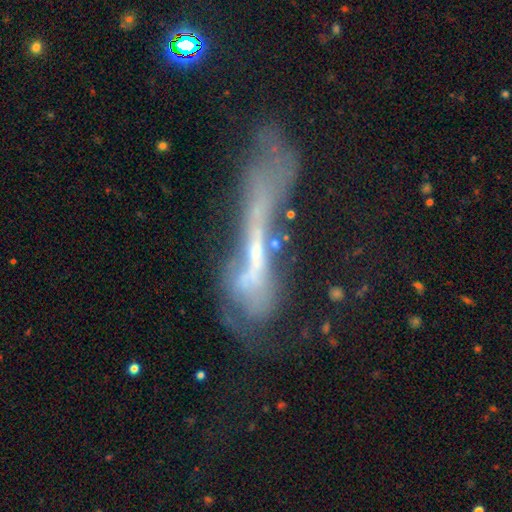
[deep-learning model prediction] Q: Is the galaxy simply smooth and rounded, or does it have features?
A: featured or disk — 57%.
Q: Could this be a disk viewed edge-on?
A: no — 56%.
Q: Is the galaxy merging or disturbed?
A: major disturbance — 42%.